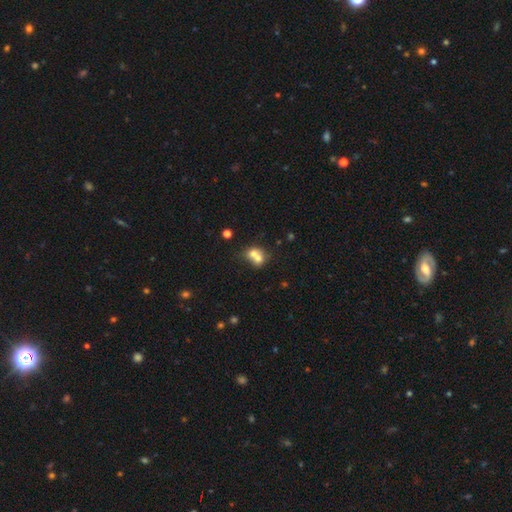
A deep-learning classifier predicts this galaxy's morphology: This is likely a smooth galaxy (66%). How rounded: likely round (61%). Merging: likely merger (70%).